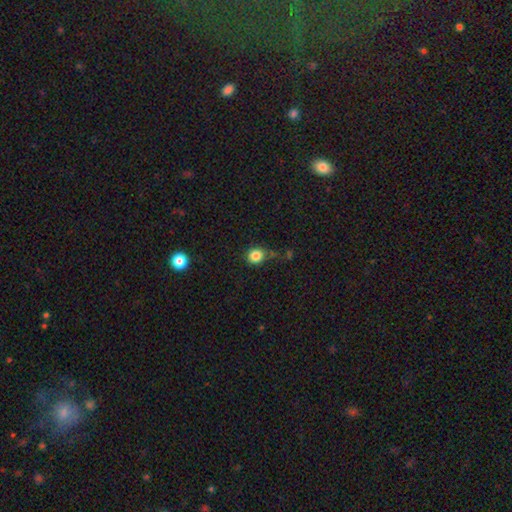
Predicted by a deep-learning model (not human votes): smooth-or-featured: smooth: 84% | star or artifact: 11% | featured or disk: 5%
  how-rounded: round: 84% | in between: 15% | cigar-shaped: 1%
  merging: none: 69% | minor disturbance: 20% | major disturbance: 6% | merger: 5%